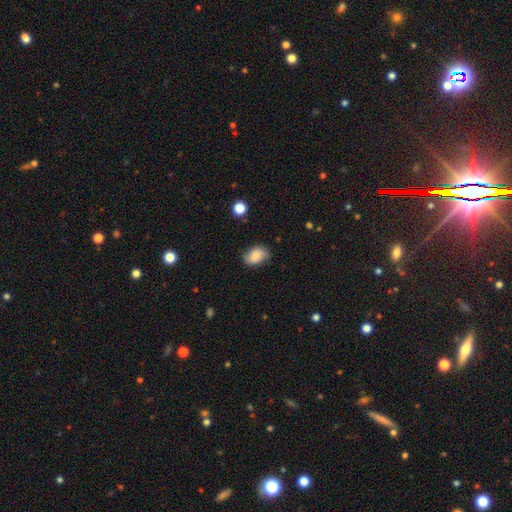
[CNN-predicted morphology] type=smooth (71%); roundness=in between (82%); merging=none (71%).